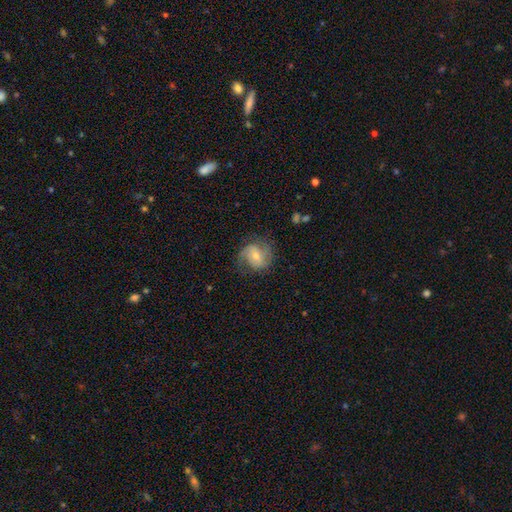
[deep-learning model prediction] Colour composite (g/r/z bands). It shows a featured or disk galaxy (62%) with no bar (44%), 2 (73%) medium (45%) spiral arms (88%) and a moderate central bulge (51%). Merging: none (66%).